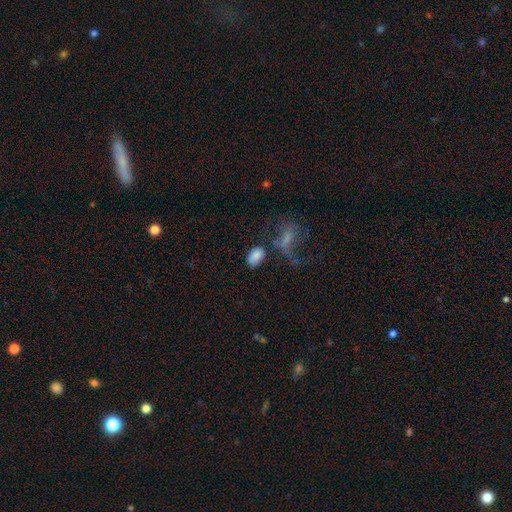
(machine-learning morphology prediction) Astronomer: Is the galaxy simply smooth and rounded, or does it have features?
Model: smooth — 82%.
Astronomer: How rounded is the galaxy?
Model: in between — 91%.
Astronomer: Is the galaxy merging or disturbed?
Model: none — 64%.